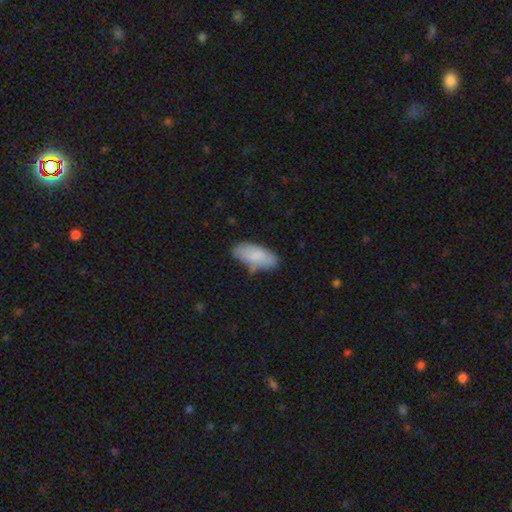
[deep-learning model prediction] Smooth or featured: smooth — 85% (featured or disk — 9%)
How rounded: in between — 86% (cigar-shaped — 13%)
Merging: none — 68% (minor disturbance — 24%)